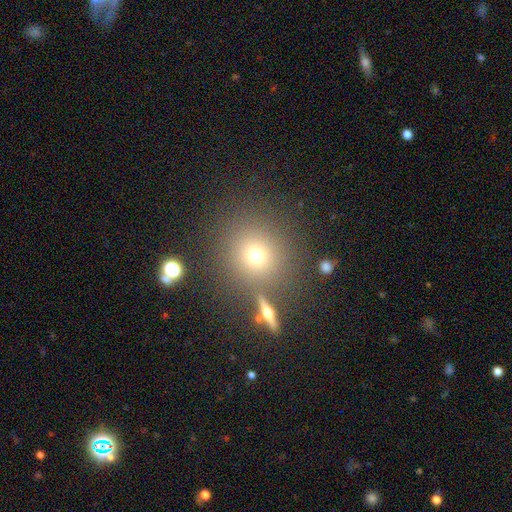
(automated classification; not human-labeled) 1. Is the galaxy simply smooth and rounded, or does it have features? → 68% smooth, 19% star or artifact, 13% featured or disk.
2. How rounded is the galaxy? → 92% round, 7% in between, 1% cigar-shaped.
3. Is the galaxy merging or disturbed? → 81% none, 9% minor disturbance, 7% merger, 4% major disturbance.